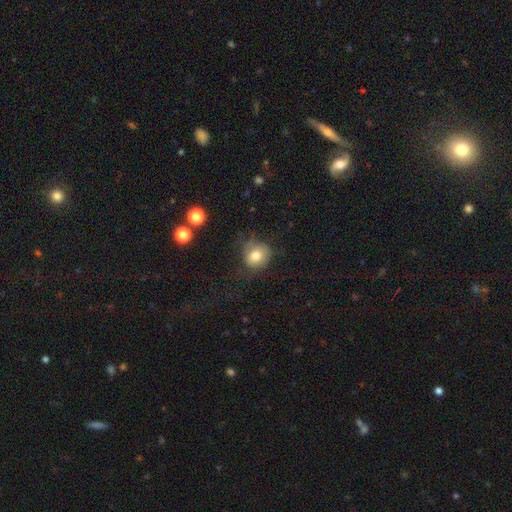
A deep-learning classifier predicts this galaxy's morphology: smooth_or_featured: smooth (p=0.76) [alt: featured or disk p=0.14]
how_rounded: round (p=0.75) [alt: in between p=0.24]
merging: none (p=0.56) [alt: minor disturbance p=0.26]